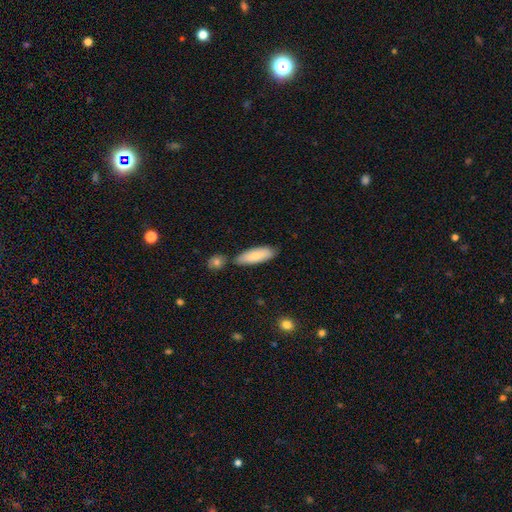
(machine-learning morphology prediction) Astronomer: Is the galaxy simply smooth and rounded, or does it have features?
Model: smooth — 82%.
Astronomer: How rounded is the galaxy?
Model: in between — 59% (runner-up: cigar-shaped, 39%).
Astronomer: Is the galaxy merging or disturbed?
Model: none — 71%.